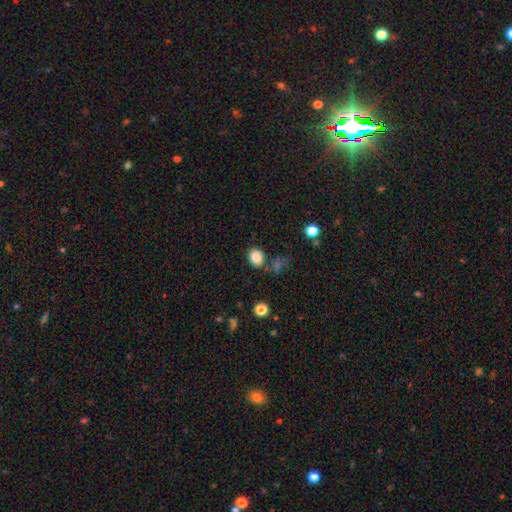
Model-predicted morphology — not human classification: smooth_or_featured: smooth (p=0.85) [alt: star or artifact p=0.11]
how_rounded: round (p=0.57) [alt: in between p=0.42]
merging: none (p=0.75) [alt: minor disturbance p=0.13]